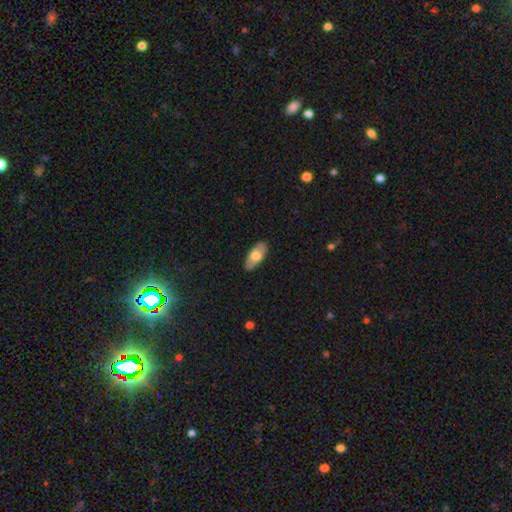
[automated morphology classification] type=smooth (64%); roundness=in between (90%); merging=none (86%).